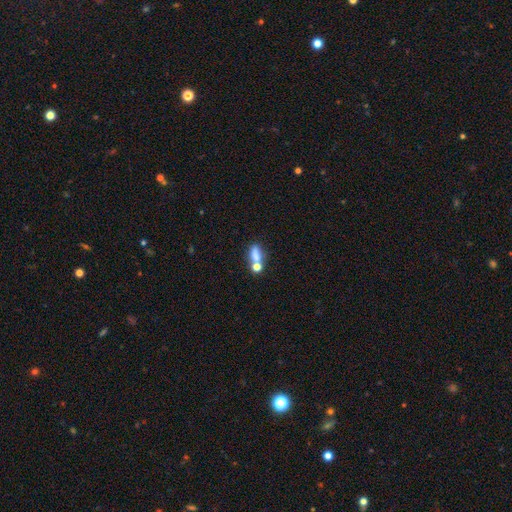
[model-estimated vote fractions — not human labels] smooth-or-featured: smooth: 71% | featured or disk: 14% | star or artifact: 14%
  how-rounded: in between: 65% | round: 22% | cigar-shaped: 13%
  merging: merger: 41% | none: 38% | minor disturbance: 12% | major disturbance: 8%